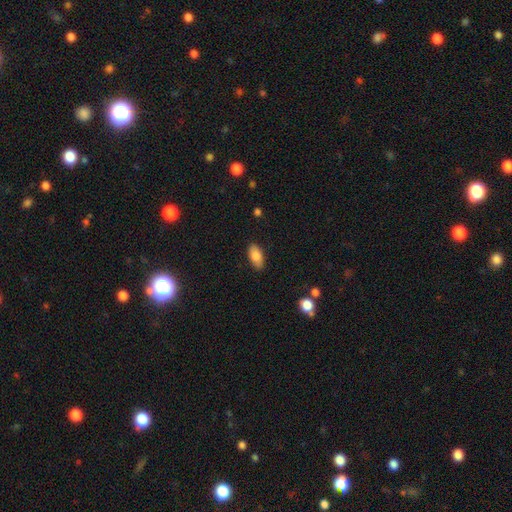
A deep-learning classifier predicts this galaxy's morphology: smooth 83%, featured or disk 9%, star or artifact 7%. Down the decision tree: how rounded — in between (90%); merging — none (86%).